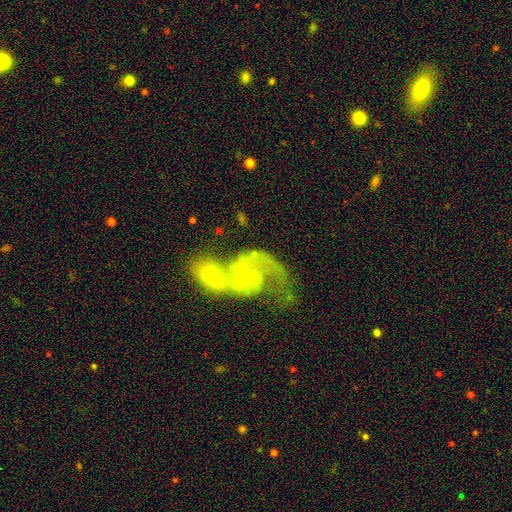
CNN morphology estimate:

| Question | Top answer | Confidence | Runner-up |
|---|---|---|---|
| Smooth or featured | featured or disk | 72% | smooth (19%) |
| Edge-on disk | no | 96% | yes (4%) |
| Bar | weak | 44% | strong (30%) |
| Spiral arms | yes | 79% | no (21%) |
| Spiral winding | loose | 45% | medium (41%) |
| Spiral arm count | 2 | 69% | 1 (17%) |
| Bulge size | small | 40% | moderate (29%) |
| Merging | merger | 52% | none (22%) |